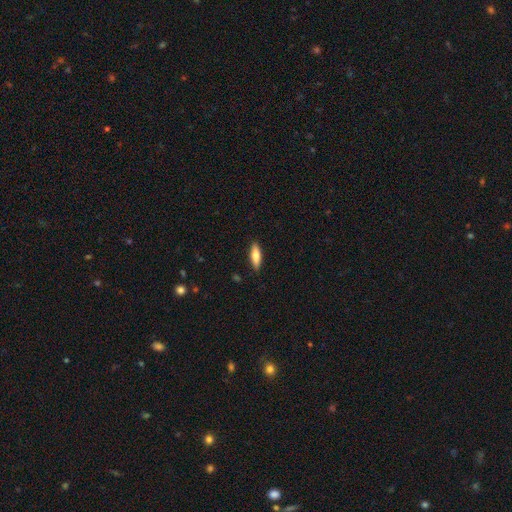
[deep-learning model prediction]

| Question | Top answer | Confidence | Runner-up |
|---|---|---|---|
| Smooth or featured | smooth | 76% | featured or disk (18%) |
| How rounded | cigar-shaped | 51% | in between (47%) |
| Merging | none | 89% | minor disturbance (8%) |